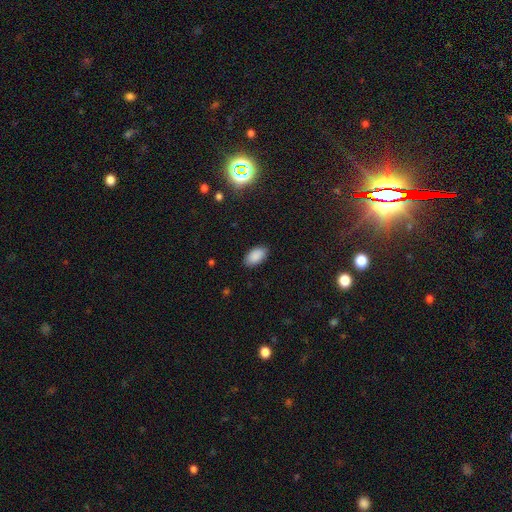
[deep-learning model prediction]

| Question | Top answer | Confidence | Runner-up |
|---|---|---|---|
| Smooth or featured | smooth | 89% | star or artifact (8%) |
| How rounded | in between | 95% | round (3%) |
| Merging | none | 88% | minor disturbance (9%) |